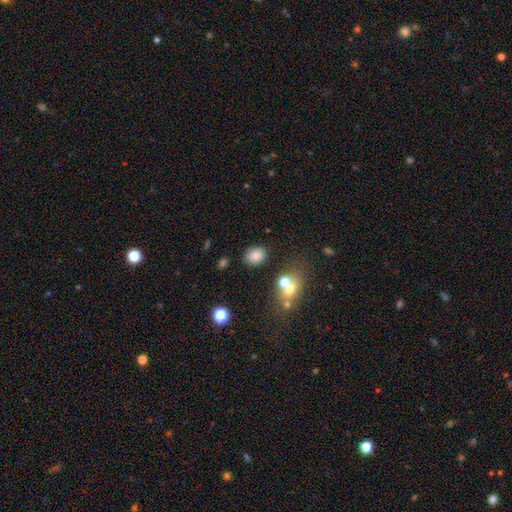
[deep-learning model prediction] smooth 80%, star or artifact 12%, featured or disk 8%. Down the decision tree: how rounded — in between (60%); merging — none (79%).